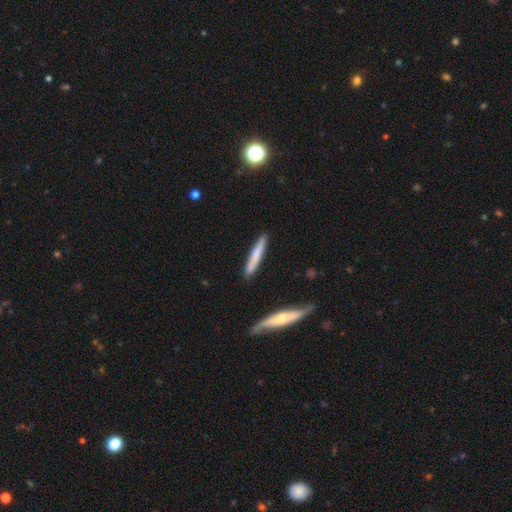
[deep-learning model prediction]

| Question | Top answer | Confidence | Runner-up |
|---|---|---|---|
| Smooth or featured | smooth | 66% | featured or disk (28%) |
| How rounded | cigar-shaped | 94% | in between (4%) |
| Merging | none | 87% | minor disturbance (9%) |